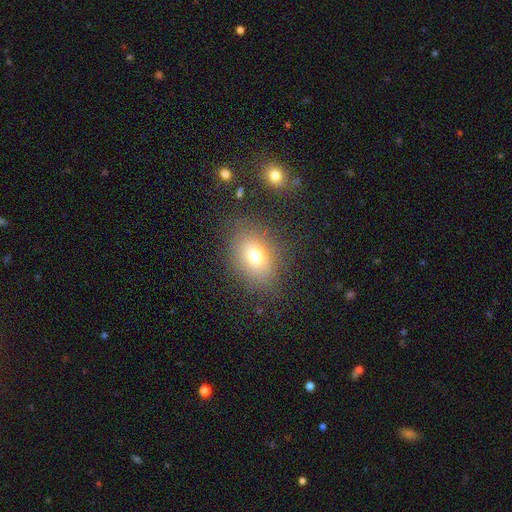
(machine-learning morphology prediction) smooth 72%, featured or disk 14%, star or artifact 13%. Down the decision tree: how rounded — in between (73%); merging — none (78%).